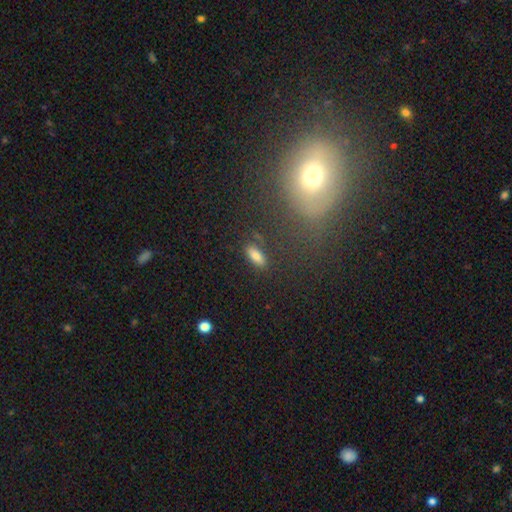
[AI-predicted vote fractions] This appears to be a smooth galaxy with no disk features (79%) that is in between round and cigar-shaped (74%). Merging: none (84%).